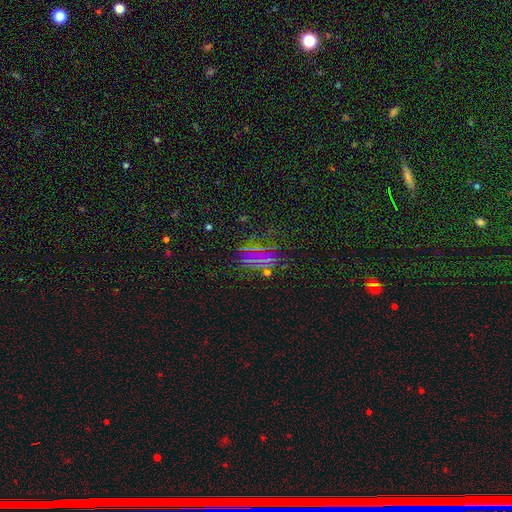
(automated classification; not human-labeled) star or artifact 64%, smooth 23%, featured or disk 13%.